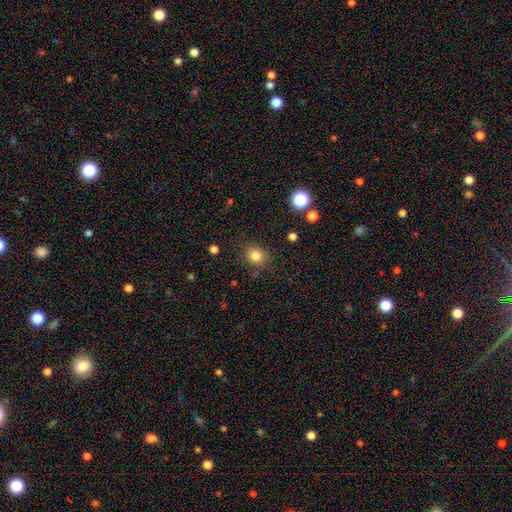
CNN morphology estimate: smooth 82%, star or artifact 12%, featured or disk 6%. Down the decision tree: how rounded — round (74%); merging — none (83%).